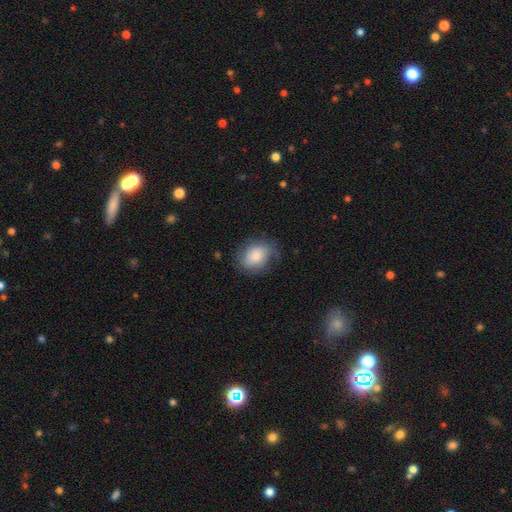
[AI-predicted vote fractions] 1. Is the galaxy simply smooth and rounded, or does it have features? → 76% smooth, 17% featured or disk, 7% star or artifact.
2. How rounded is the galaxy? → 63% in between, 36% round, 1% cigar-shaped.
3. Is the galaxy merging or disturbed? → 60% none, 27% minor disturbance, 11% major disturbance, 1% merger.